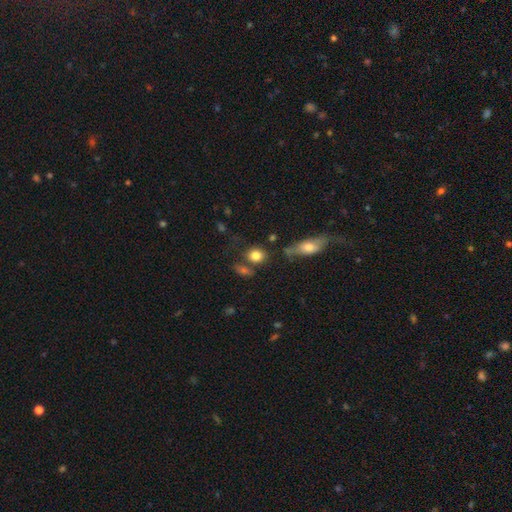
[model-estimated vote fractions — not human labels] Overall: smooth (81%). How rounded: round (56%; in between 41%). Merging: none (65%).